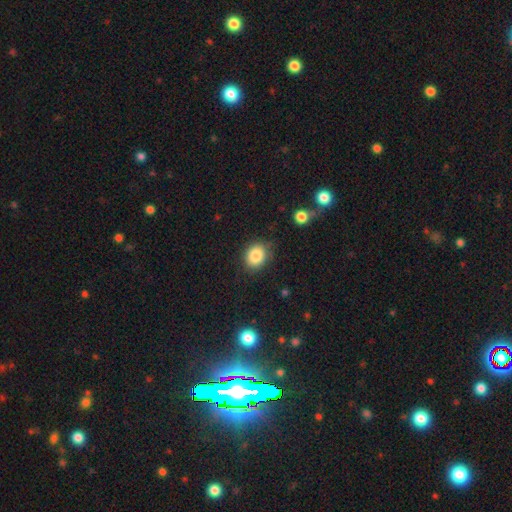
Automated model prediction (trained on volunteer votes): smooth 84%, star or artifact 10%, featured or disk 6%. Down the decision tree: how rounded — round (62%); merging — none (80%).